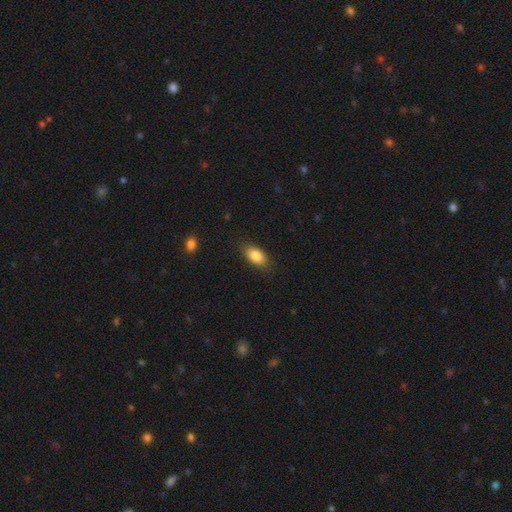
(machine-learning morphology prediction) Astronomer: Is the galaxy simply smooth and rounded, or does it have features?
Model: smooth — 83%.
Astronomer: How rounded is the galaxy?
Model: in between — 89%.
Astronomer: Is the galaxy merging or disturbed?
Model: none — 84%.